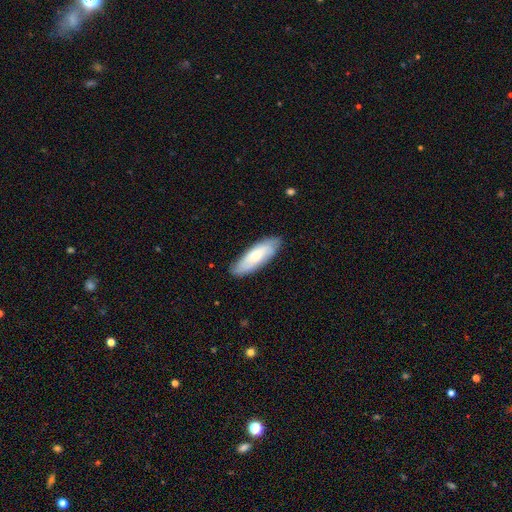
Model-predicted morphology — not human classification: Smooth or featured?
  - smooth: 61% *
  - featured or disk: 34%
  - star or artifact: 5%
How rounded?
  - in between: 58% *
  - cigar-shaped: 40%
  - round: 2%
Merging?
  - none: 83% *
  - minor disturbance: 14%
  - major disturbance: 2%
  - merger: 1%